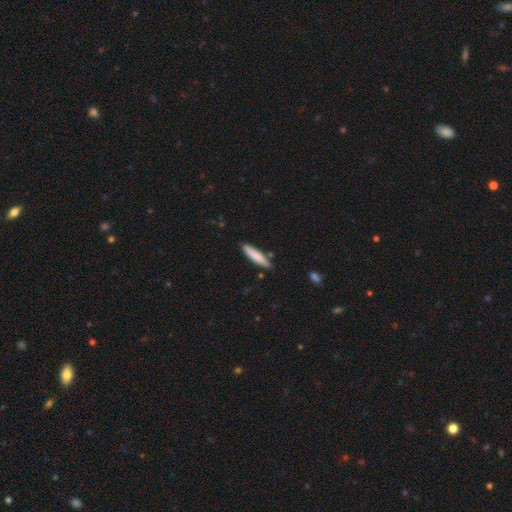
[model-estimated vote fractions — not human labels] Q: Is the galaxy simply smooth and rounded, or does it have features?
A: smooth — 81%.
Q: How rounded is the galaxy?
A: cigar-shaped — 84%.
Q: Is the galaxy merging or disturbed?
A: none — 83%.